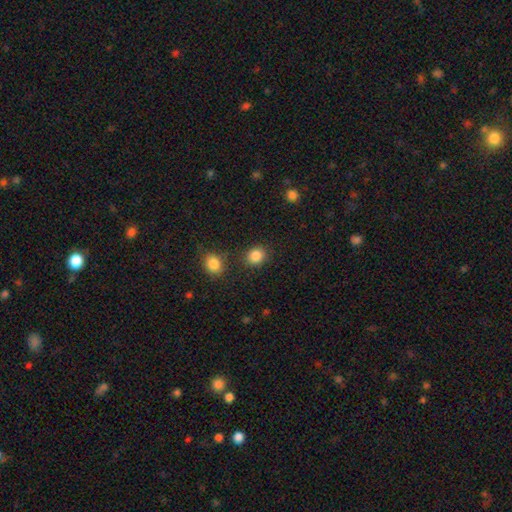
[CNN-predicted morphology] A smooth galaxy with no disk features (86%) that is round (71%). Merging: none (82%).